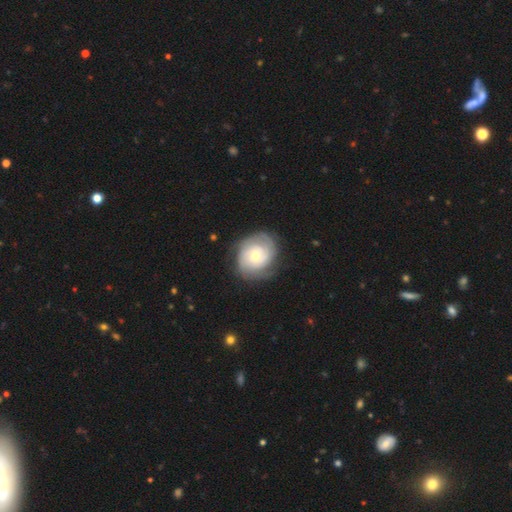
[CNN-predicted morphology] Smooth or featured: featured or disk — 74% (smooth — 21%)
Edge-on disk: no — 98% (yes — 2%)
Bar: no — 74% (weak — 22%)
Spiral arms: yes — 90% (no — 10%)
Spiral winding: tight — 67% (medium — 25%)
Spiral arm count: 2 — 35% (can't tell — 34%)
Bulge size: moderate — 55% (small — 38%)
Merging: none — 73% (minor disturbance — 18%)